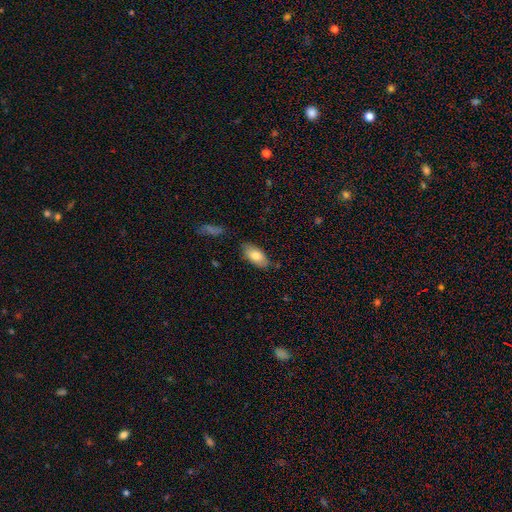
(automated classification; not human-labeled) Overall: smooth (78%). How rounded: in between (91%). Merging: none (77%).